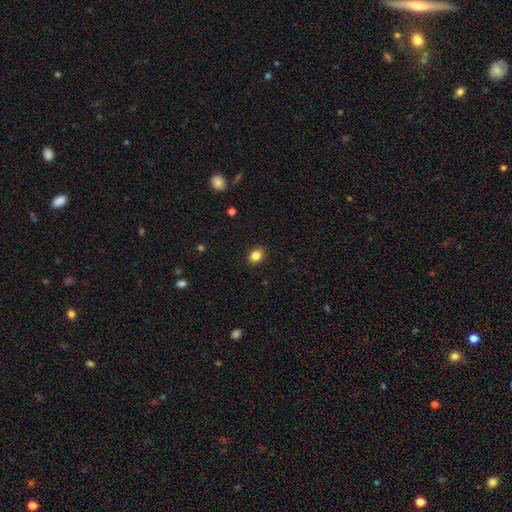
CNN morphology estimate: A smooth galaxy with no disk features (85%) that is in between round and cigar-shaped (54%). Merging: none (90%).